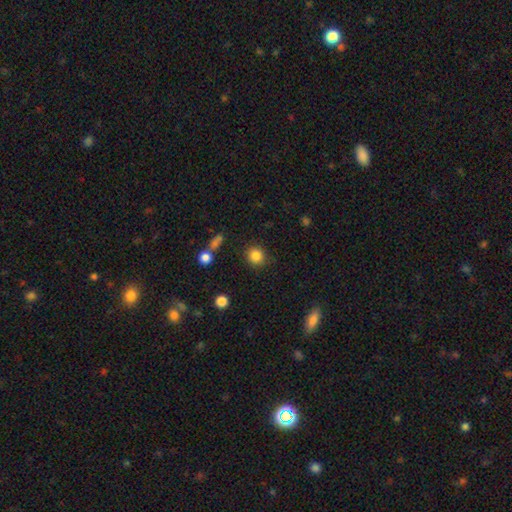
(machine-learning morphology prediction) Overall: smooth (85%). How rounded: round (89%). Merging: none (85%).